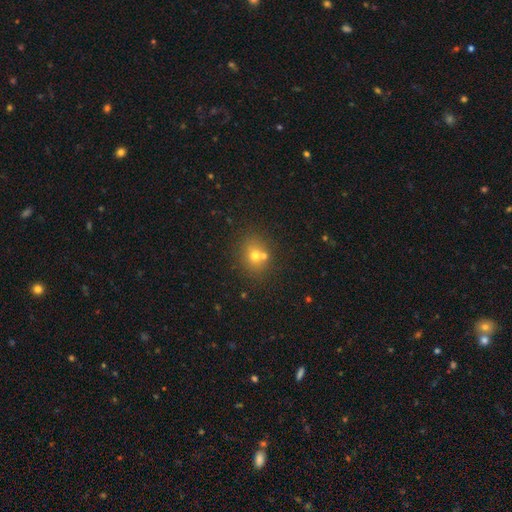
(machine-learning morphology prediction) Smooth or featured?
  - smooth: 67% *
  - featured or disk: 17%
  - star or artifact: 16%
How rounded?
  - round: 71% *
  - in between: 28%
  - cigar-shaped: 1%
Merging?
  - none: 59% *
  - merger: 28%
  - minor disturbance: 10%
  - major disturbance: 3%